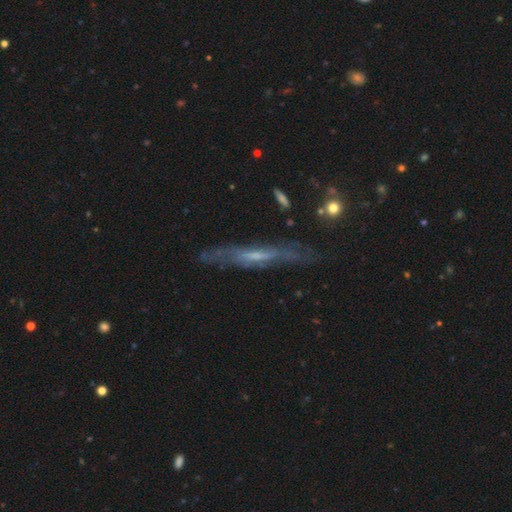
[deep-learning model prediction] Overall: featured or disk (67%). Edge-on disk: yes (67%; no 33%). Merging: none (66%).